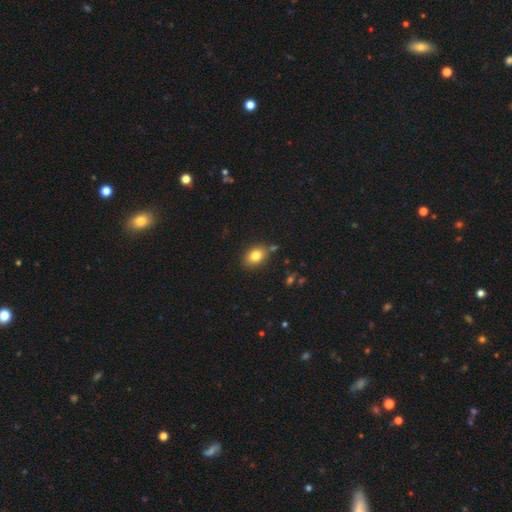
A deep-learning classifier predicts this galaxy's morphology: This appears to be a smooth galaxy with no disk features (82%) that is in between round and cigar-shaped (70%). Merging: none (80%).